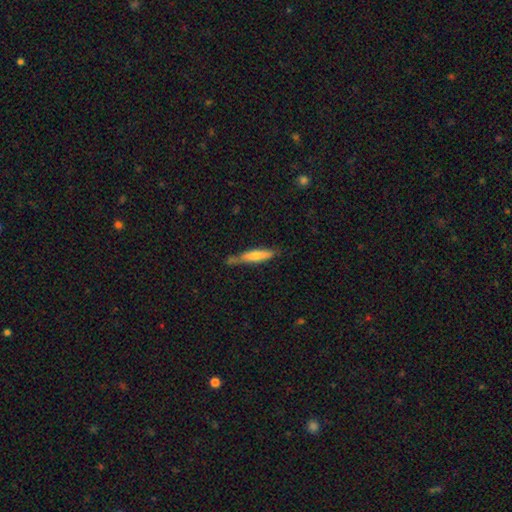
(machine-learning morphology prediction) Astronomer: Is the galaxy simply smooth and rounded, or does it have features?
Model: smooth — 65%.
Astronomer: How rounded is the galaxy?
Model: cigar-shaped — 83%.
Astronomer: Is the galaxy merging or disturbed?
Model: none — 57%.